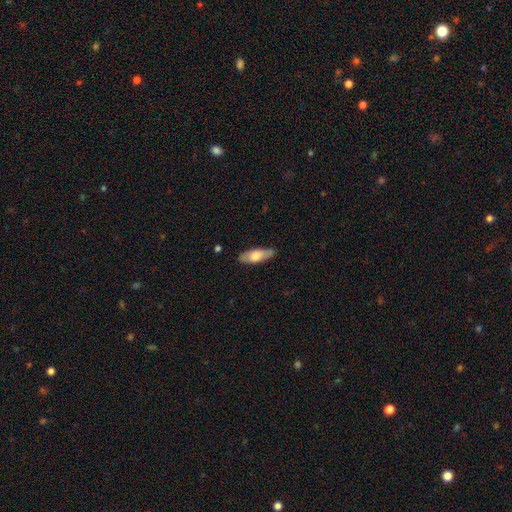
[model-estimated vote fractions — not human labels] Smooth or featured?
  - smooth: 68% *
  - featured or disk: 27%
  - star or artifact: 6%
How rounded?
  - in between: 66% *
  - cigar-shaped: 32%
  - round: 2%
Merging?
  - none: 82% *
  - minor disturbance: 14%
  - major disturbance: 2%
  - merger: 1%